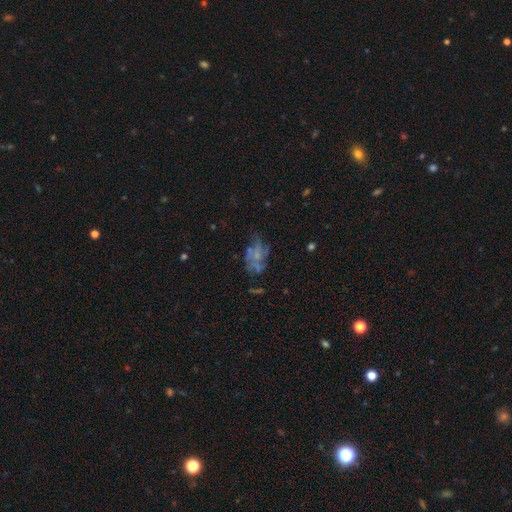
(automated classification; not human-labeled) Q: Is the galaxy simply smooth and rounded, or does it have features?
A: featured or disk — 54%.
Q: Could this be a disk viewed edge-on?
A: no — 96%.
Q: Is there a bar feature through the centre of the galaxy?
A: no — 84%.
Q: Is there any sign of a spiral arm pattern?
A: no — 63%.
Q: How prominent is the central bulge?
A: none — 48%.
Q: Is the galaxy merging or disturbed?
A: none — 44%.